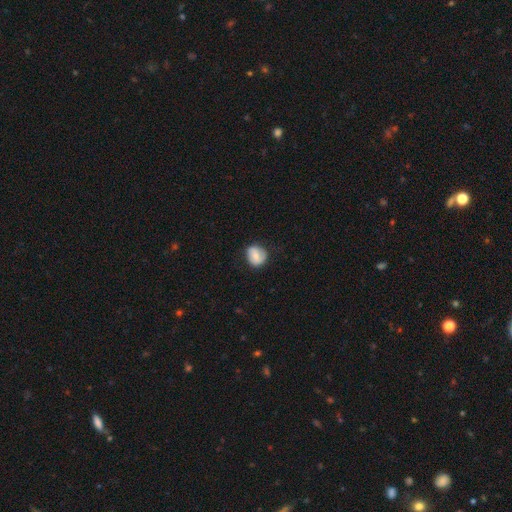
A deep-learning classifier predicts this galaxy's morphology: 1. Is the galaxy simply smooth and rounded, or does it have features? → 60% smooth, 32% featured or disk, 8% star or artifact.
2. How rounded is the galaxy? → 72% round, 27% in between, 1% cigar-shaped.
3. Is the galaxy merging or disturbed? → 72% none, 21% minor disturbance, 6% major disturbance, 1% merger.